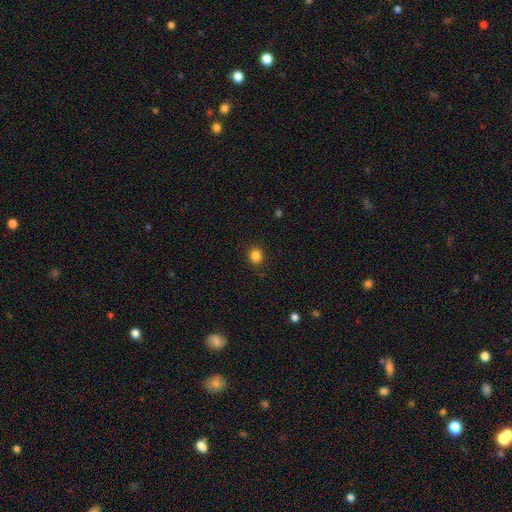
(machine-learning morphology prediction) A smooth galaxy with no disk features (85%) that is round (77%). Merging: none (89%).